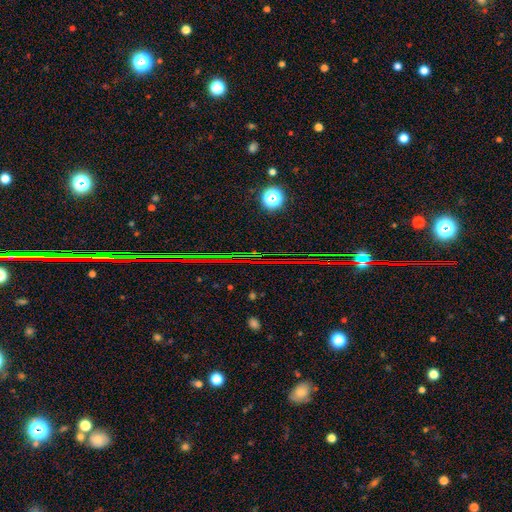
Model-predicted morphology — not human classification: Smooth or featured: star or artifact — 78% (smooth — 11%)